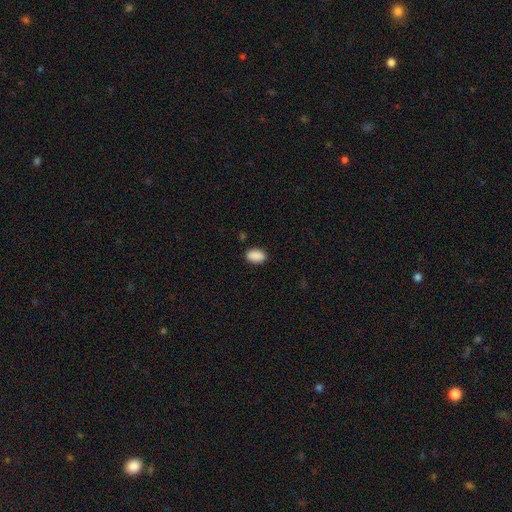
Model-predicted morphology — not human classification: Smooth or featured: smooth — 90% (star or artifact — 8%)
How rounded: in between — 90% (round — 8%)
Merging: none — 87% (minor disturbance — 10%)